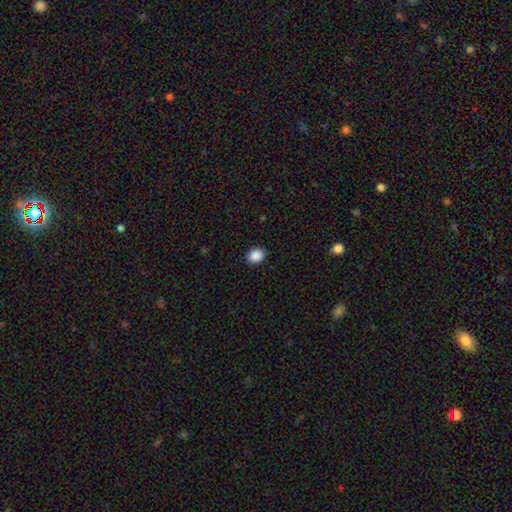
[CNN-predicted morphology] Overall: smooth (89%). How rounded: in between (60%; round 39%). Merging: none (90%).